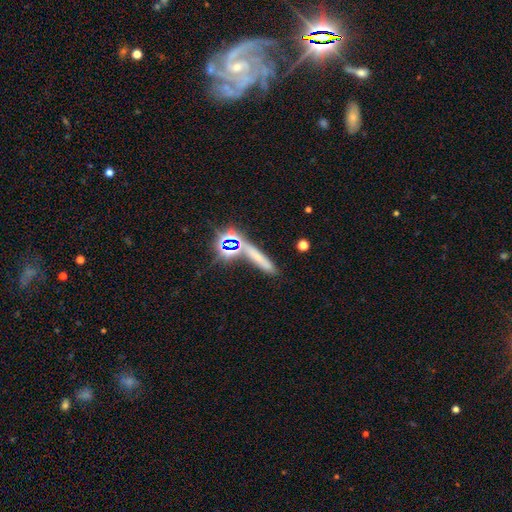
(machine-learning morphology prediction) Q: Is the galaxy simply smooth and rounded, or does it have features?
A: smooth — 47%.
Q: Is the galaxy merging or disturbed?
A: none — 66%.